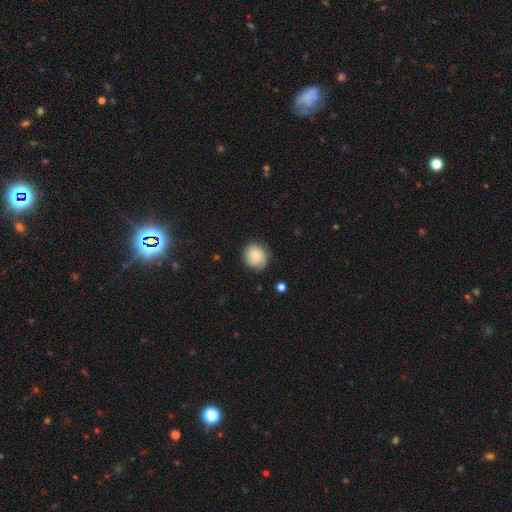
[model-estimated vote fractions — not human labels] Morphology: type=smooth (82%); roundness=round (74%); merging=none (79%).